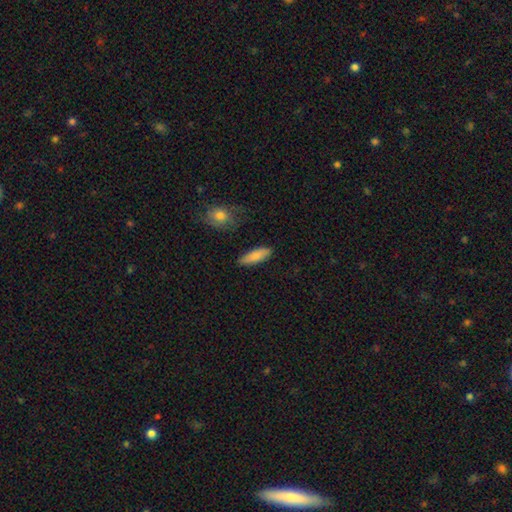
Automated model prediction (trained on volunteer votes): Q: Smooth or featured?
A: smooth (85%); runner-up: featured or disk (9%)
Q: How rounded?
A: in between (59%); runner-up: cigar-shaped (39%)
Q: Merging?
A: none (86%); runner-up: minor disturbance (10%)